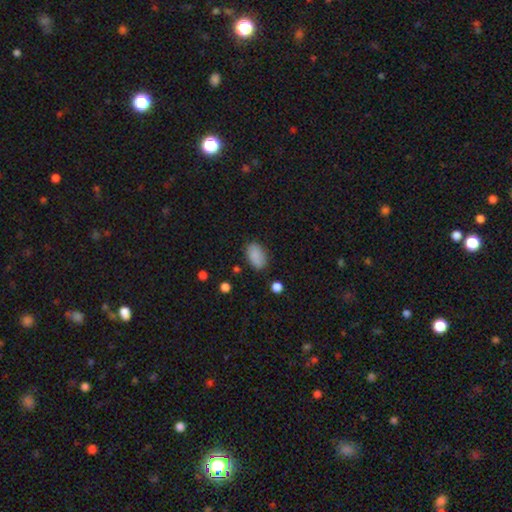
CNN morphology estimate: A smooth galaxy with no disk features (87%) that is in between round and cigar-shaped (91%). Merging: none (79%).